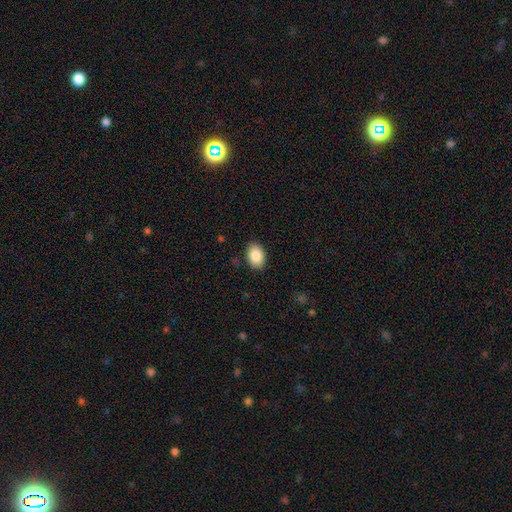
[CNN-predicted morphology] type=smooth (87%); roundness=in between (83%); merging=none (88%).